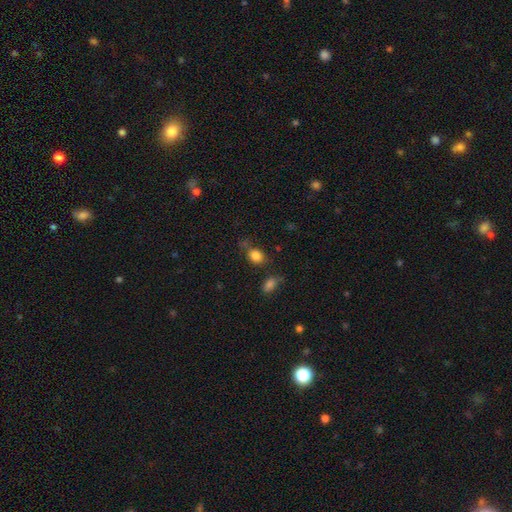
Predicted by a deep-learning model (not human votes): Morphology: type=smooth (83%); roundness=in between (54%); merging=none (62%).